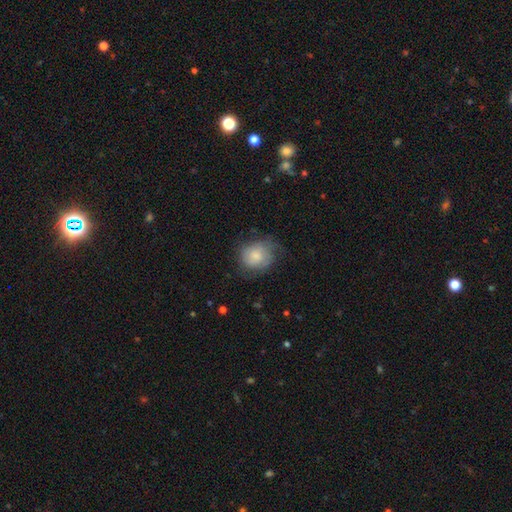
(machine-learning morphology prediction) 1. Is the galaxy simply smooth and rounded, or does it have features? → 68% smooth, 24% featured or disk, 7% star or artifact.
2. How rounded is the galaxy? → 67% round, 32% in between, 1% cigar-shaped.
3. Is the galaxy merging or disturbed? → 53% none, 31% minor disturbance, 14% major disturbance, 1% merger.